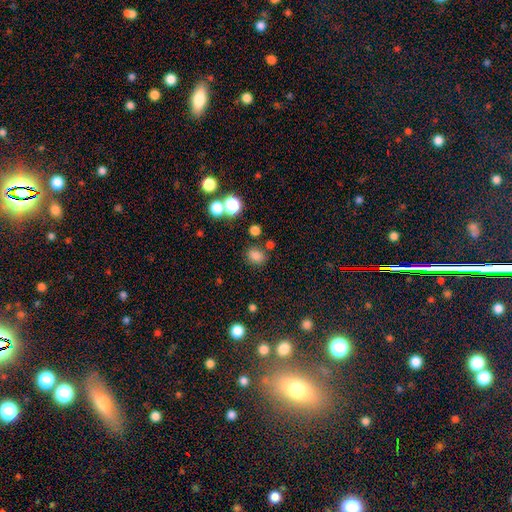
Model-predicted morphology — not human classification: smooth 77%, star or artifact 17%, featured or disk 6%. Down the decision tree: how rounded — round (52%); merging — none (75%).